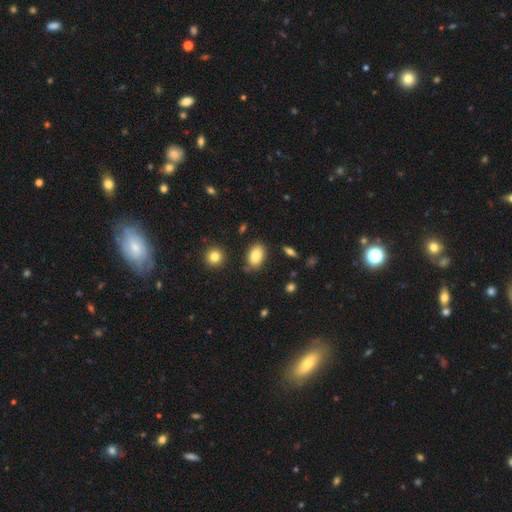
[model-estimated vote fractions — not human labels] Q: Smooth or featured?
A: smooth (85%); runner-up: star or artifact (8%)
Q: How rounded?
A: in between (90%); runner-up: round (8%)
Q: Merging?
A: none (80%); runner-up: minor disturbance (14%)